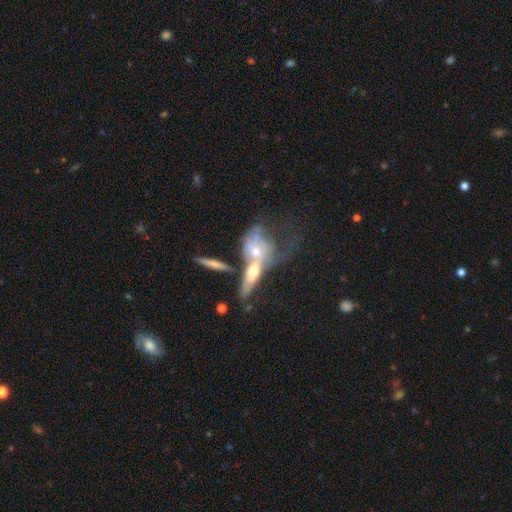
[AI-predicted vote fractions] Smooth or featured: featured or disk — 60% (smooth — 30%)
Edge-on disk: no — 72% (yes — 28%)
Merging: merger — 65% (none — 14%)